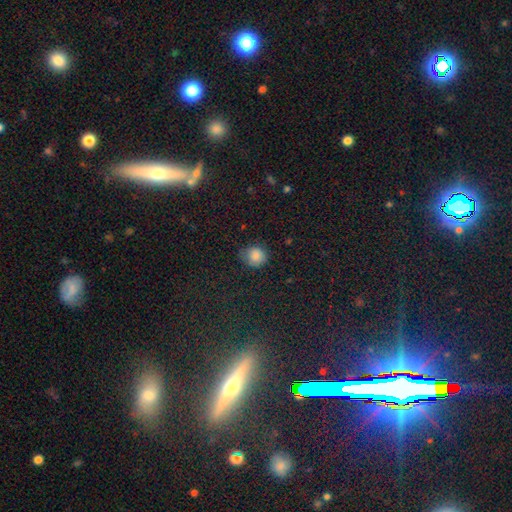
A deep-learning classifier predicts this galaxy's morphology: type=smooth (85%); roundness=round (82%); merging=none (65%).